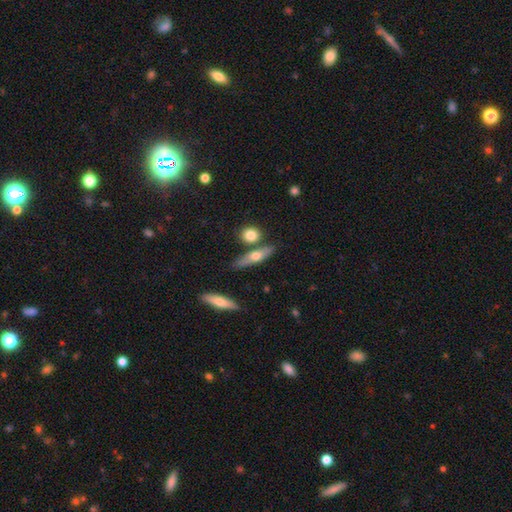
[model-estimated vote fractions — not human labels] Smooth or featured? Predicted: smooth (p=0.56). How rounded? Predicted: cigar-shaped (p=0.57). Merging? Predicted: none (p=0.71).